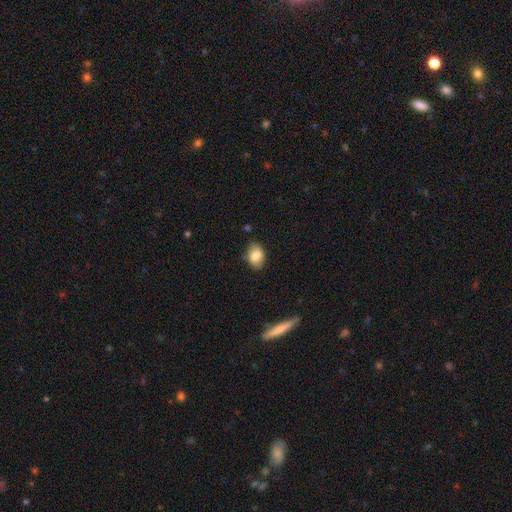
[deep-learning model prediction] A smooth galaxy with no disk features (82%) that is in between round and cigar-shaped (80%).

Vote fractions:
- Smooth or featured? smooth: 82% / featured or disk: 10% / star or artifact: 8%
- How rounded? in between: 80% / round: 19% / cigar-shaped: 1%
- Merging? none: 79% / minor disturbance: 16% / major disturbance: 3% / merger: 2%